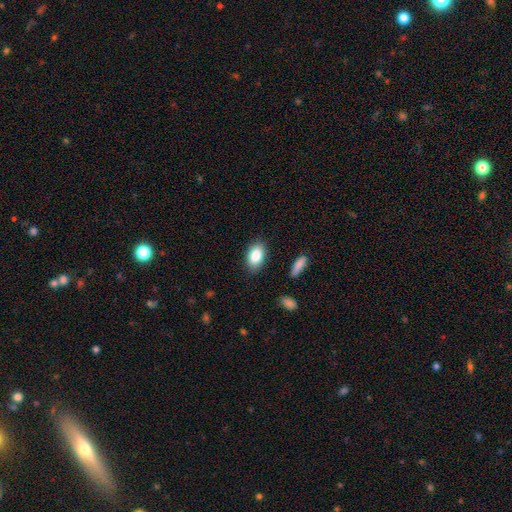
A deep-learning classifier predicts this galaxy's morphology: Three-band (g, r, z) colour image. It shows a smooth galaxy with no disk features (86%) that is in between round and cigar-shaped (90%). Merging: none (84%).